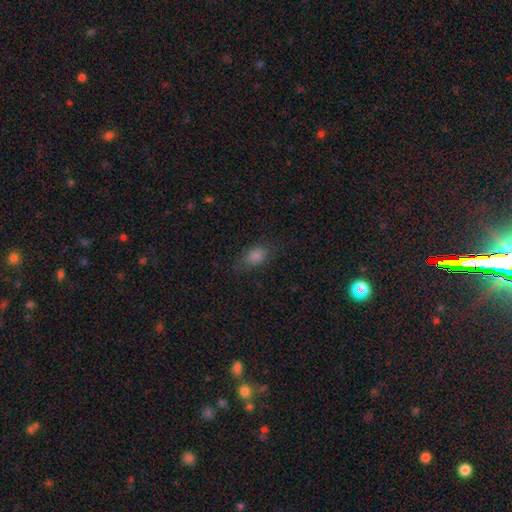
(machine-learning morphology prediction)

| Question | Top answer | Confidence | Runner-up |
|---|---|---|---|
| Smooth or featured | smooth | 77% | star or artifact (15%) |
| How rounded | in between | 78% | round (17%) |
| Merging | none | 76% | minor disturbance (18%) |